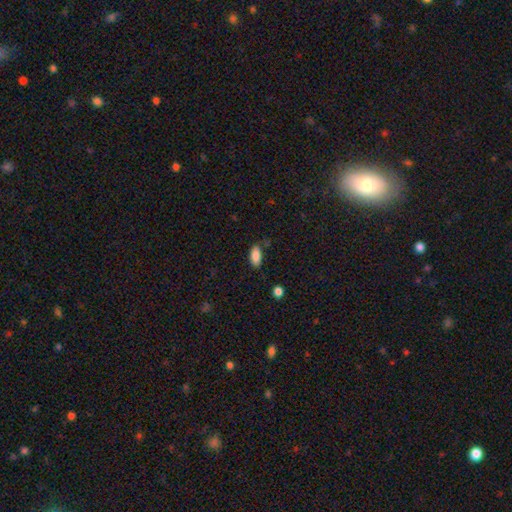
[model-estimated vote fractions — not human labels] This appears to be a smooth galaxy with no disk features (87%) that is in between round and cigar-shaped (91%). Merging: none (76%).